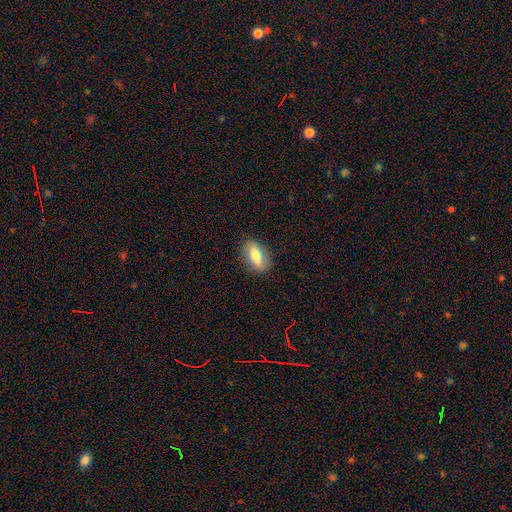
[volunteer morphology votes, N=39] smooth-or-featured: smooth: 62% | featured or disk: 38% | star or artifact: 0%
  how-rounded: in between: 92% | round: 4% | cigar-shaped: 4%
  merging: none: 85% | minor disturbance: 10% | merger: 5% | major disturbance: 0%